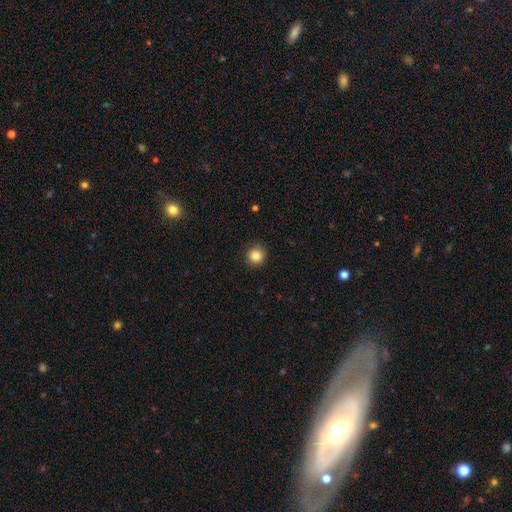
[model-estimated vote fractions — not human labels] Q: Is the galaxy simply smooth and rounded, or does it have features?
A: smooth — 85%.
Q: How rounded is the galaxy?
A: round — 92%.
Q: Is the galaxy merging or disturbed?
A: none — 90%.